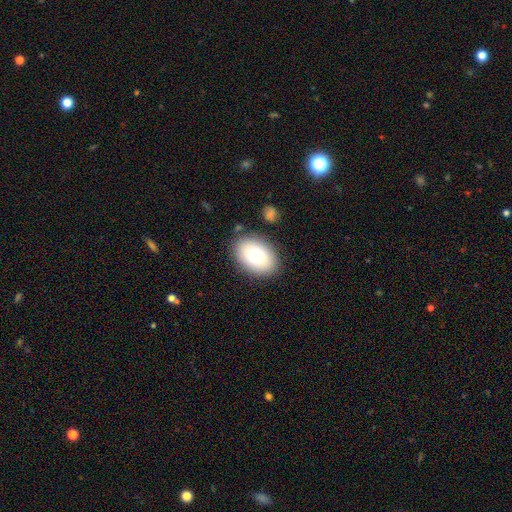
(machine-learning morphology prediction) Smooth or featured?
  - smooth: 75% *
  - featured or disk: 17%
  - star or artifact: 8%
How rounded?
  - in between: 85% *
  - round: 14%
  - cigar-shaped: 1%
Merging?
  - none: 83% *
  - minor disturbance: 11%
  - major disturbance: 3%
  - merger: 3%